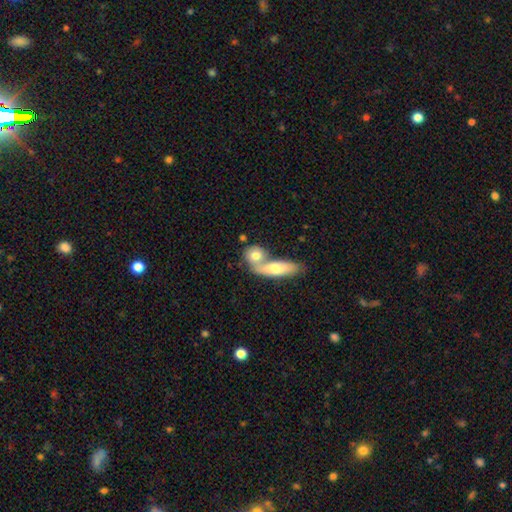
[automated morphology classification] Q: Smooth or featured?
A: smooth (72%); runner-up: featured or disk (22%)
Q: How rounded?
A: in between (47%); runner-up: round (41%)
Q: Merging?
A: merger (61%); runner-up: none (29%)